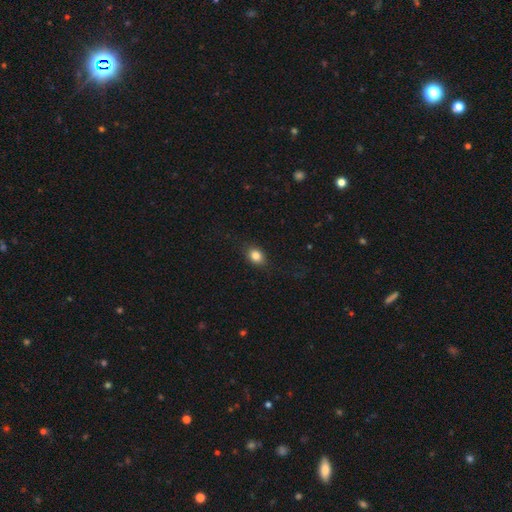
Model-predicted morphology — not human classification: smooth 83%, star or artifact 10%, featured or disk 7%. Down the decision tree: how rounded — in between (62%); merging — none (84%).